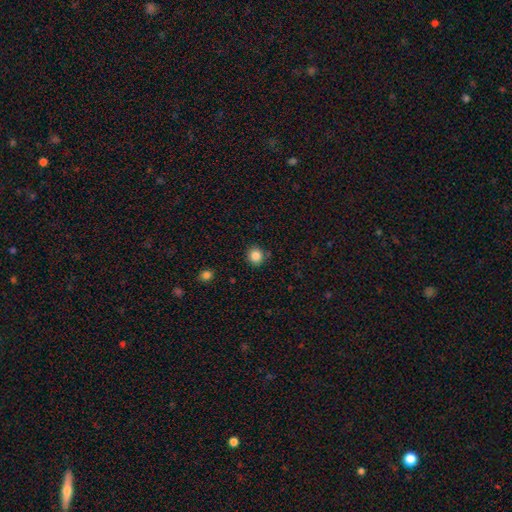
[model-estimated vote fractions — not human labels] Overall: smooth (85%). How rounded: round (89%). Merging: none (86%).